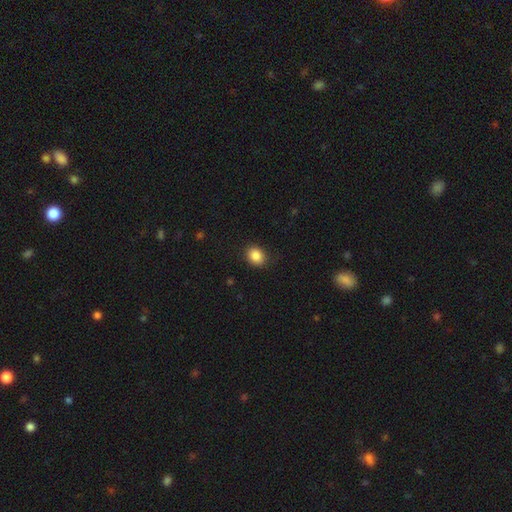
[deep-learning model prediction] Morphology: type=smooth (86%); roundness=round (53%); merging=none (86%).